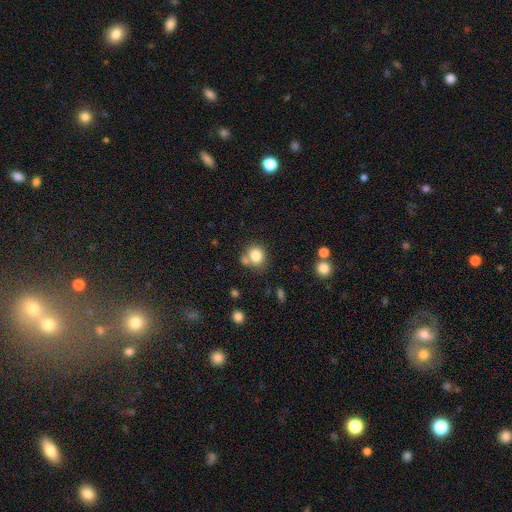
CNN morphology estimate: smooth 81%, star or artifact 11%, featured or disk 8%. Down the decision tree: how rounded — round (77%); merging — none (64%).